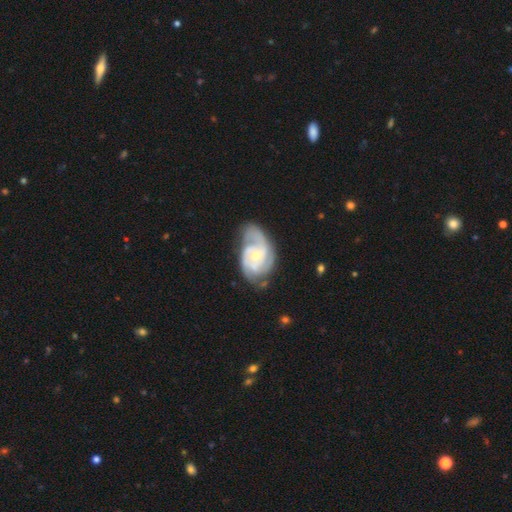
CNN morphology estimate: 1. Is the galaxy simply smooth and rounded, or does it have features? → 87% featured or disk, 9% smooth, 4% star or artifact.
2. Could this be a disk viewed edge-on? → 97% no, 3% yes.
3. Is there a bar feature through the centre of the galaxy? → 63% no, 31% weak, 7% strong.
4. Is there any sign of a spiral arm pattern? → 96% yes, 4% no.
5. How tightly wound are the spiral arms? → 54% tight, 37% medium, 9% loose.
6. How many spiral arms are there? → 38% 2, 30% 3, 18% can't tell, 5% 4, 5% 1, 4% more than 4.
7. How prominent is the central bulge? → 56% moderate, 39% small, 2% large, 1% none, 1% dominant.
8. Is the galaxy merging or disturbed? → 59% none, 26% minor disturbance, 13% major disturbance, 3% merger.